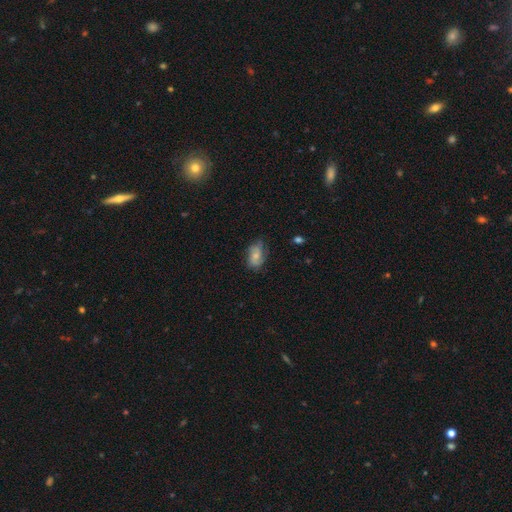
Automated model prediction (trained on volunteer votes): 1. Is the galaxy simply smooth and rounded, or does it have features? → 57% smooth, 34% featured or disk, 9% star or artifact.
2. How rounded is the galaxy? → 86% in between, 11% round, 3% cigar-shaped.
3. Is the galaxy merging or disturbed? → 63% none, 28% minor disturbance, 8% major disturbance, 2% merger.